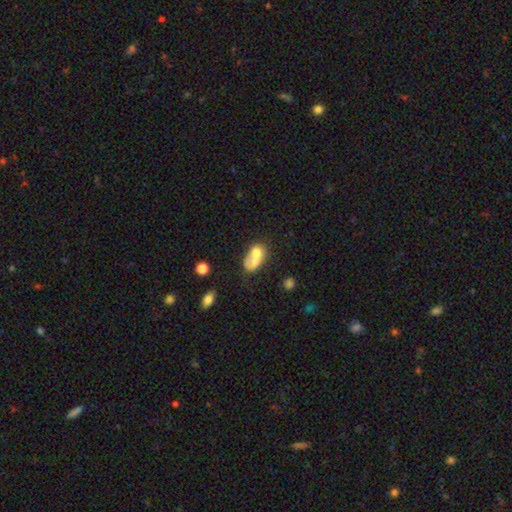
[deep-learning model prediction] smooth_or_featured: smooth (p=0.61) [alt: featured or disk p=0.30]
how_rounded: in between (p=0.73) [alt: round p=0.25]
merging: merger (p=0.59) [alt: none p=0.19]